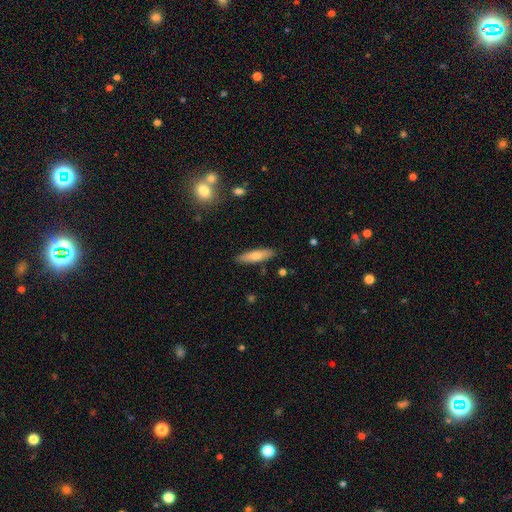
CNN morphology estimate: A smooth galaxy with no disk features (67%) that is cigar-shaped (69%). Merging: none (87%).